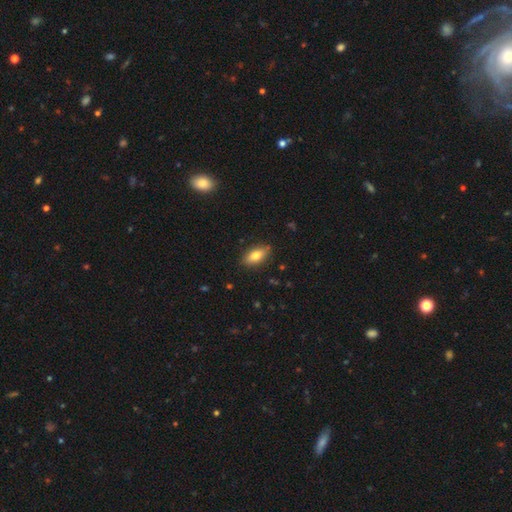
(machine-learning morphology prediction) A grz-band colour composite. It shows a smooth galaxy with no disk features (75%) that is in between round and cigar-shaped (85%). Merging: none (85%).